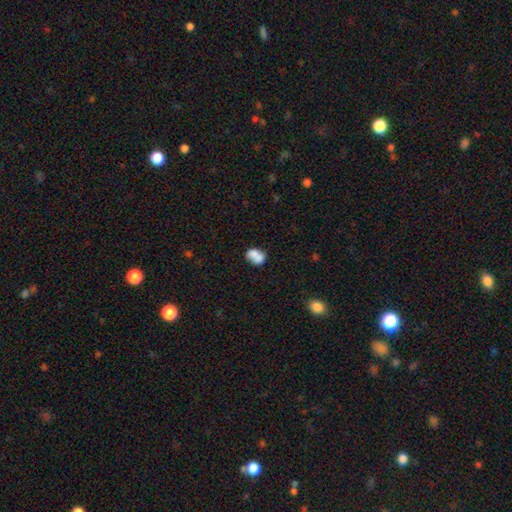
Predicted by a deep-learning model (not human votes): Q: Smooth or featured?
A: smooth (77%); runner-up: featured or disk (15%)
Q: How rounded?
A: in between (70%); runner-up: round (28%)
Q: Merging?
A: none (42%); runner-up: merger (33%)